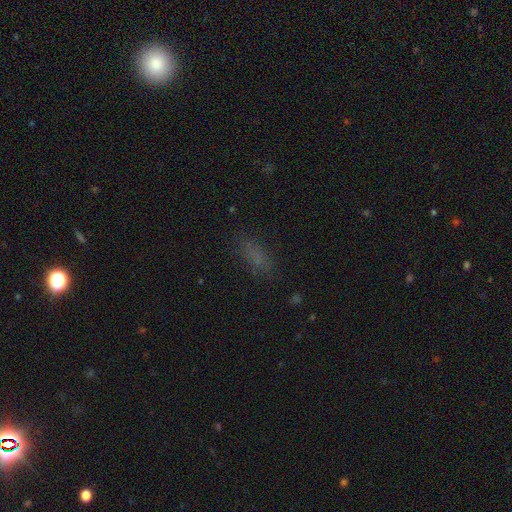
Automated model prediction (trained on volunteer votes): smooth_or_featured: smooth (p=0.69) [alt: star or artifact p=0.20]
how_rounded: in between (p=0.66) [alt: cigar-shaped p=0.29]
merging: none (p=0.76) [alt: minor disturbance p=0.15]